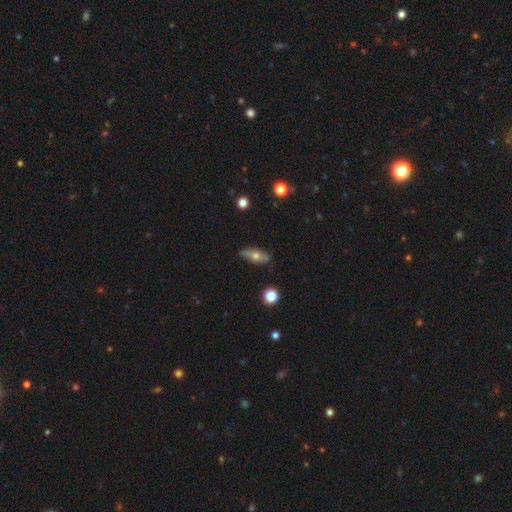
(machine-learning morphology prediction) smooth-or-featured: smooth: 52% | featured or disk: 40% | star or artifact: 8%
  how-rounded: in between: 67% | cigar-shaped: 28% | round: 5%
  merging: none: 81% | minor disturbance: 15% | major disturbance: 3% | merger: 1%